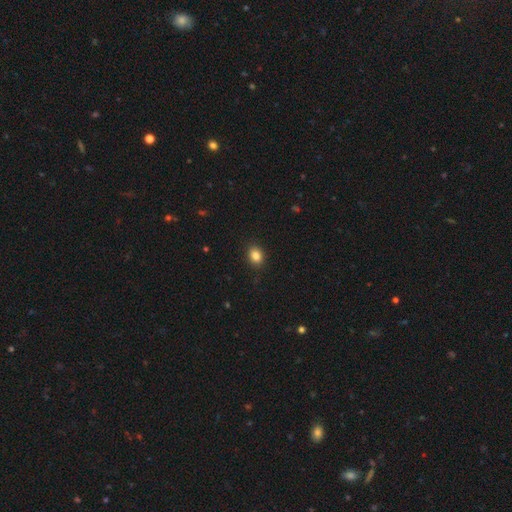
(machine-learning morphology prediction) Smooth or featured? smooth (86%)
How rounded? in between (57%)
Merging? none (90%)